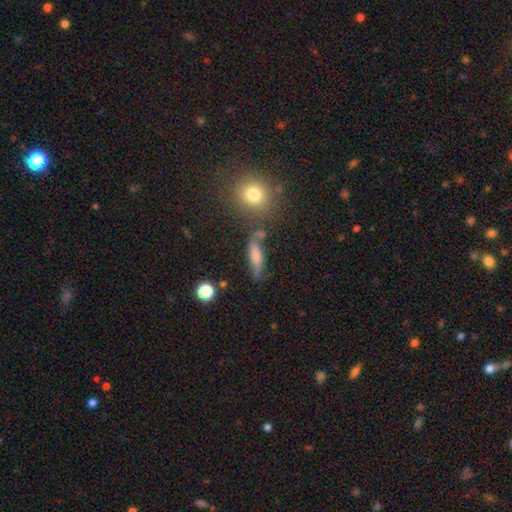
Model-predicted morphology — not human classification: This appears to be a smooth galaxy with no disk features (66%) that is cigar-shaped (53%). Merging: none (60%).